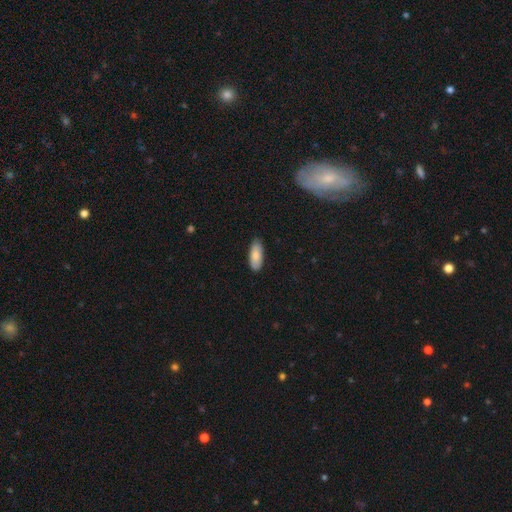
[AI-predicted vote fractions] smooth 83%, featured or disk 11%, star or artifact 6%. Down the decision tree: how rounded — in between (80%); merging — none (82%).